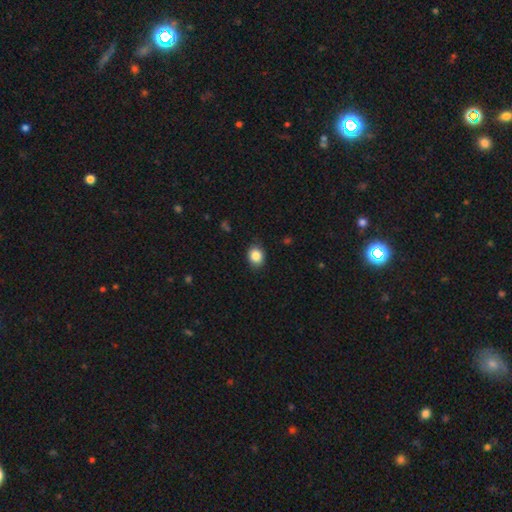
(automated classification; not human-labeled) The model was most divided on "how rounded": round: 56%, in between: 44%, cigar-shaped: 1%. More confident: smooth or featured — smooth (86%); merging — none (86%).